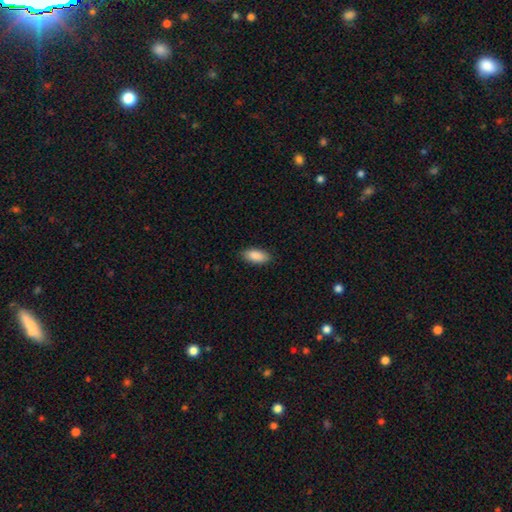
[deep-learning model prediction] Q: Smooth or featured?
A: smooth (90%); runner-up: star or artifact (6%)
Q: How rounded?
A: in between (89%); runner-up: cigar-shaped (9%)
Q: Merging?
A: none (88%); runner-up: minor disturbance (9%)